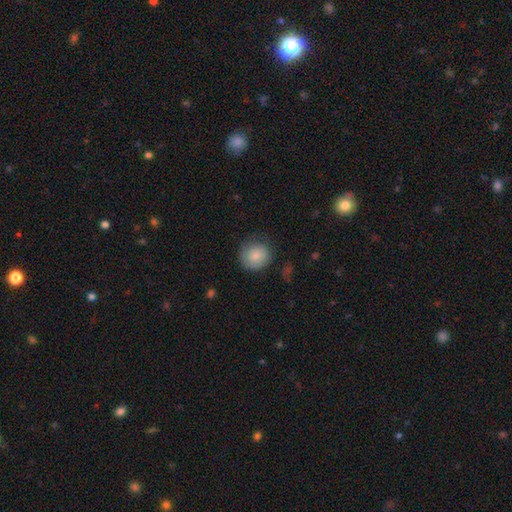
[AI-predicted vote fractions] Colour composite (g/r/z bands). It shows a smooth galaxy with no disk features (84%) that is round (86%). Merging: none (72%).